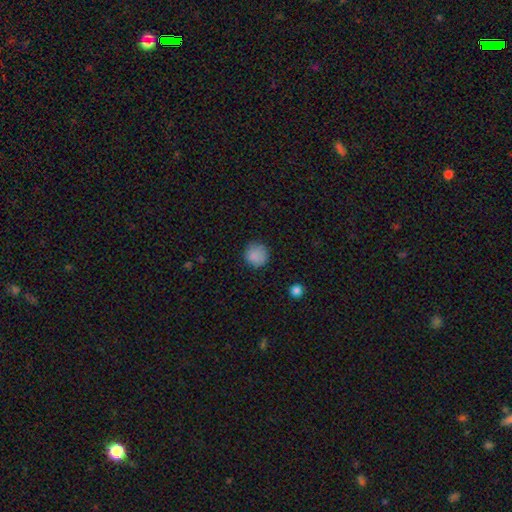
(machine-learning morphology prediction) The model was most divided on "merging": none: 84%, minor disturbance: 12%, major disturbance: 3%, merger: 1%. More confident: how rounded — round (92%); smooth or featured — smooth (86%).